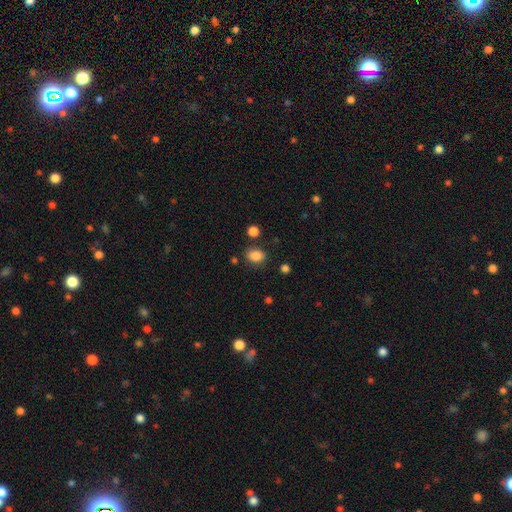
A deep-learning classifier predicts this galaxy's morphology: This appears to be a smooth galaxy with no disk features (85%) that is in between round and cigar-shaped (63%). Merging: none (78%).